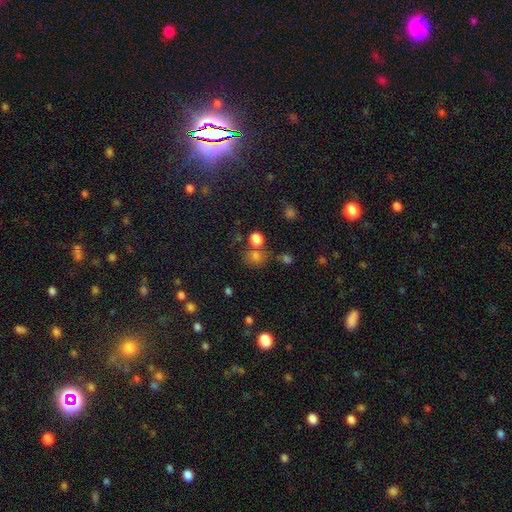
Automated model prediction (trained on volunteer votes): A smooth galaxy with no disk features (68%) that is round (78%).

Vote fractions:
- Smooth or featured? smooth: 68% / star or artifact: 23% / featured or disk: 8%
- How rounded? round: 78% / in between: 21% / cigar-shaped: 1%
- Merging? none: 62% / merger: 19% / minor disturbance: 12% / major disturbance: 6%